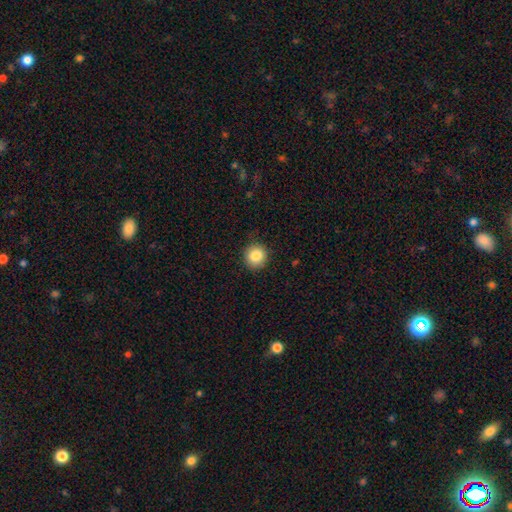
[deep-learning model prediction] smooth-or-featured: smooth: 85% | star or artifact: 10% | featured or disk: 5%
  how-rounded: round: 90% | in between: 9% | cigar-shaped: 1%
  merging: none: 88% | minor disturbance: 8% | major disturbance: 2% | merger: 1%